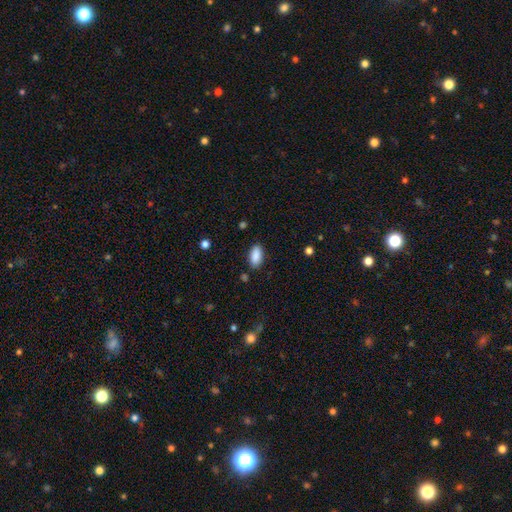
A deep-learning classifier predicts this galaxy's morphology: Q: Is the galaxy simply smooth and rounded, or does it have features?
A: smooth — 89%.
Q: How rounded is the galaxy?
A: in between — 93%.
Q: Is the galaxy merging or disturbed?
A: none — 86%.